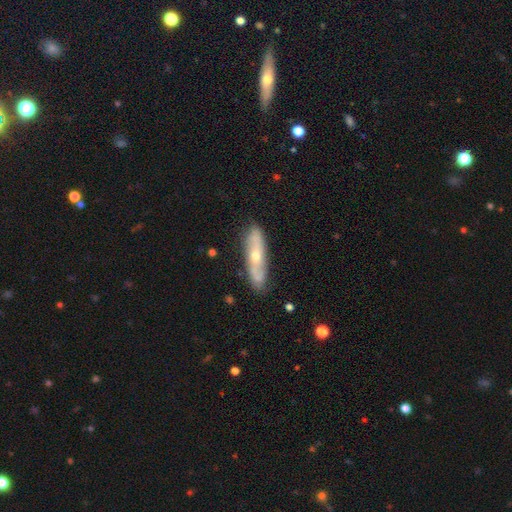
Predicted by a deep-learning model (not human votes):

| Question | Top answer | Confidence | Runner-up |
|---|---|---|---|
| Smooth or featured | featured or disk | 62% | smooth (32%) |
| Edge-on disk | no | 58% | yes (42%) |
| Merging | none | 82% | minor disturbance (14%) |